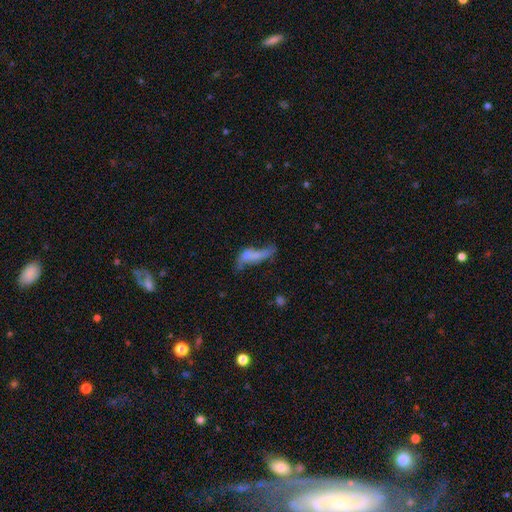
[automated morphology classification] A featured or disk galaxy (44%, tied with smooth).

Vote fractions:
- Smooth or featured? featured or disk: 44% (tied) / smooth: 44% (tied) / star or artifact: 12%
- Merging? major disturbance: 33% / none: 29% / minor disturbance: 22% / merger: 16%